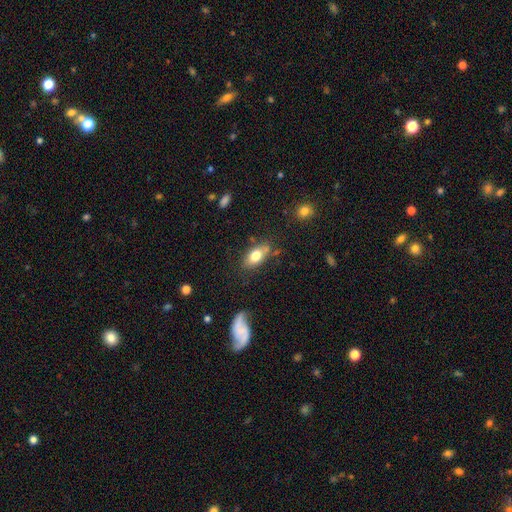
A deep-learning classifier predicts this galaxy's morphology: Q: Smooth or featured?
A: smooth (75%); runner-up: featured or disk (17%)
Q: How rounded?
A: in between (86%); runner-up: round (7%)
Q: Merging?
A: none (69%); runner-up: minor disturbance (19%)